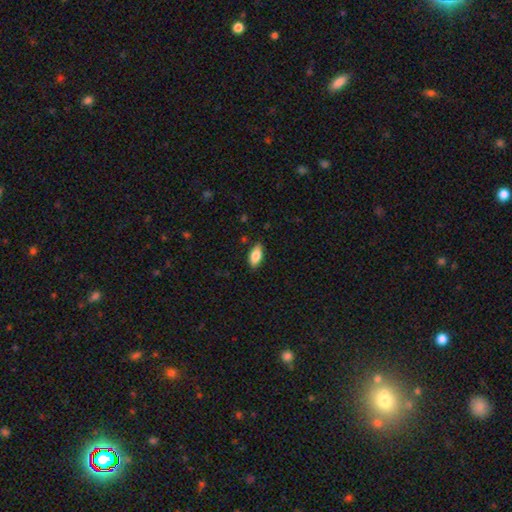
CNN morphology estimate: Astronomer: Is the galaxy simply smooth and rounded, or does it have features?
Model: smooth — 80%.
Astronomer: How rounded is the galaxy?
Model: in between — 88%.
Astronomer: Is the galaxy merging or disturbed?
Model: none — 84%.